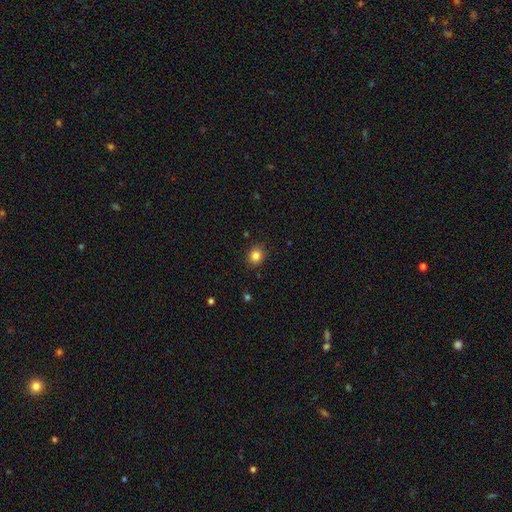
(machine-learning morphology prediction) smooth_or_featured: smooth (p=0.83) [alt: star or artifact p=0.11]
how_rounded: round (p=0.70) [alt: in between p=0.29]
merging: none (p=0.88) [alt: minor disturbance p=0.09]